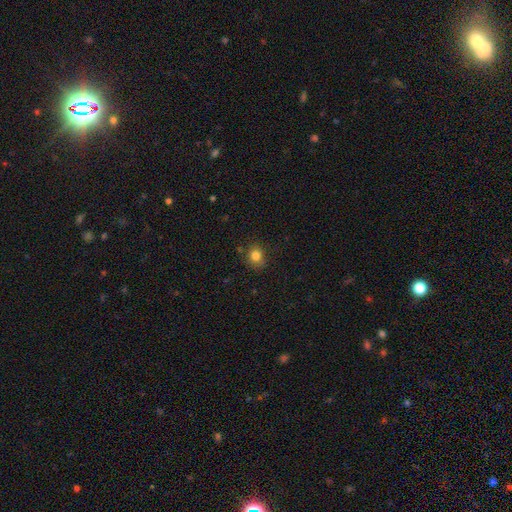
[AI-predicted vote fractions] A smooth galaxy with no disk features (82%) that is round (81%). Merging: none (83%).